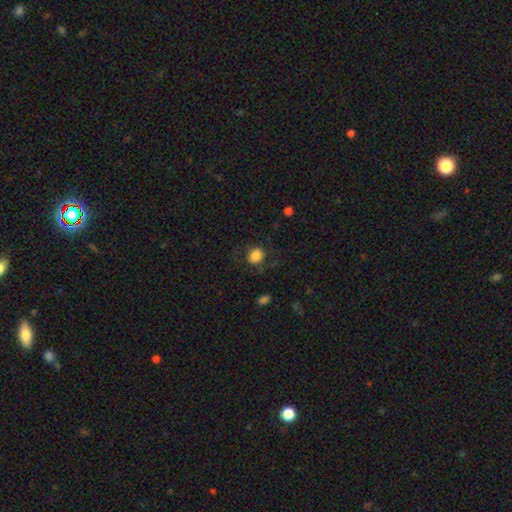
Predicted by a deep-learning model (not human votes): A smooth galaxy with no disk features (84%) that is round (74%). Merging: none (77%).